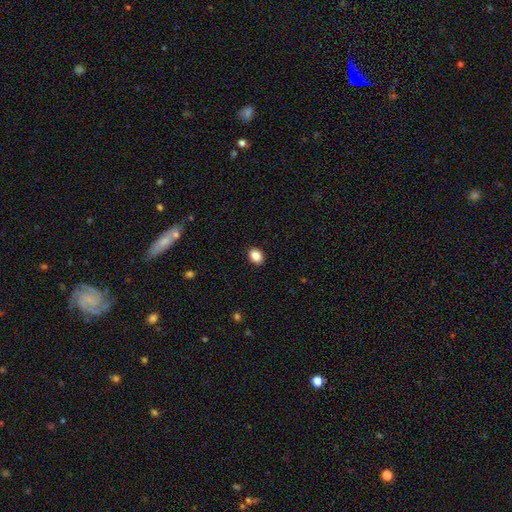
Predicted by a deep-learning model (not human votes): This is clearly a smooth galaxy (86%). How rounded: possibly in between (59%). Merging: clearly none (91%).